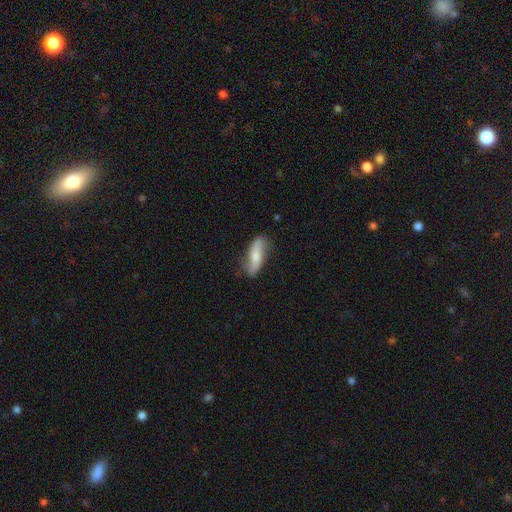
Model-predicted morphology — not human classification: A smooth galaxy with no disk features (47%).

Vote fractions:
- Smooth or featured? smooth: 47% / featured or disk: 46% / star or artifact: 6%
- Merging? none: 74% / minor disturbance: 20% / major disturbance: 5% / merger: 2%